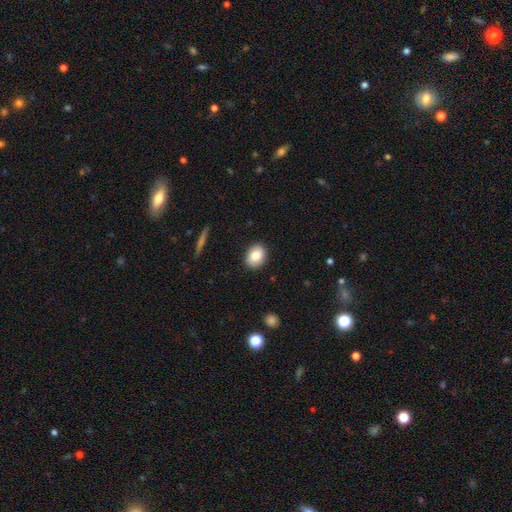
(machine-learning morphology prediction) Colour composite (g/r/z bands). It shows a smooth galaxy with no disk features (83%) that is in between round and cigar-shaped (62%). Merging: none (88%).